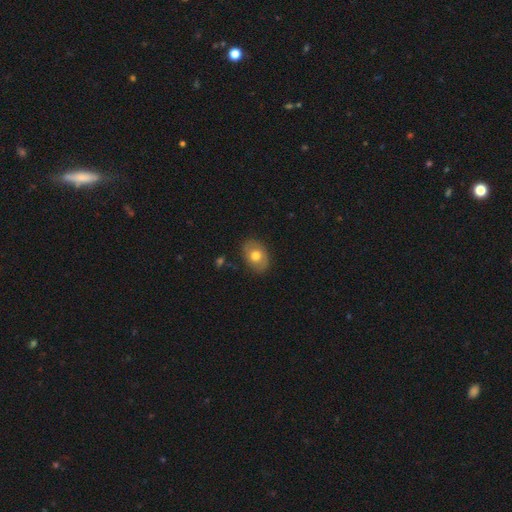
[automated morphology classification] type=smooth (67%); roundness=in between (74%); merging=none (83%).